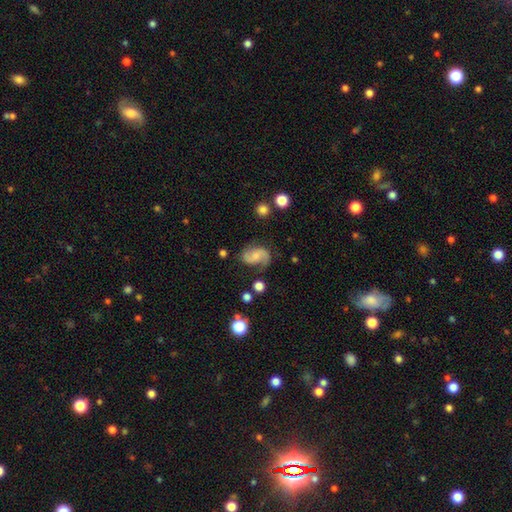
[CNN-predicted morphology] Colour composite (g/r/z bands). It shows a featured or disk galaxy (76%) with no bar (57%), 2 (89%) medium (44%) spiral arms (95%) and a small central bulge (45%). Merging: none (70%).